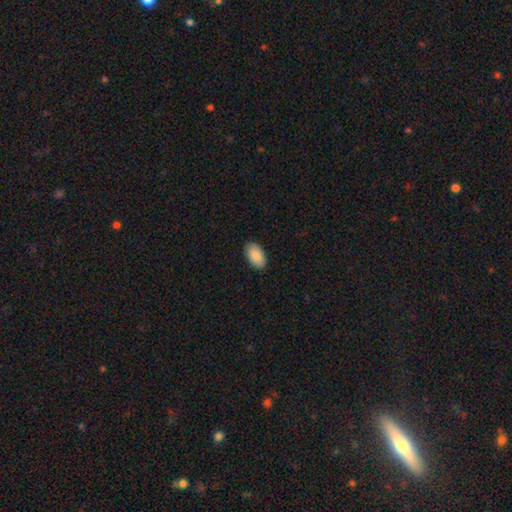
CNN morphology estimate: A smooth galaxy with no disk features (90%) that is in between round and cigar-shaped (95%). Merging: none (89%).